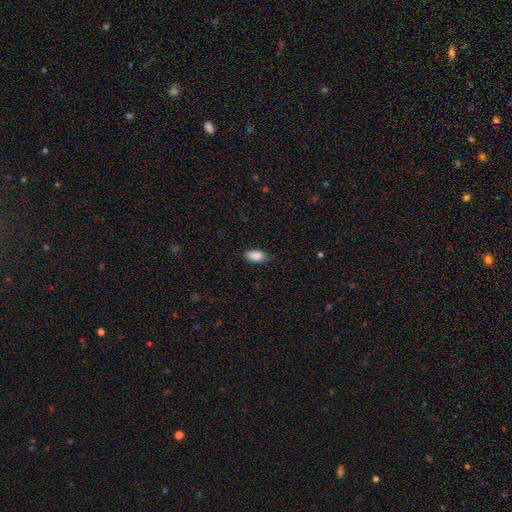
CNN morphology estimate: Smooth or featured: smooth — 88% (star or artifact — 7%)
How rounded: in between — 93% (round — 4%)
Merging: none — 82% (minor disturbance — 14%)